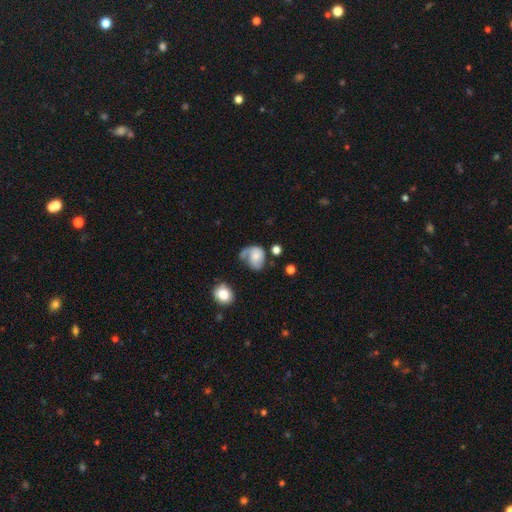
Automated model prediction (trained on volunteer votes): This appears to be a smooth galaxy with no disk features (48%). Merging: major disturbance (32%).